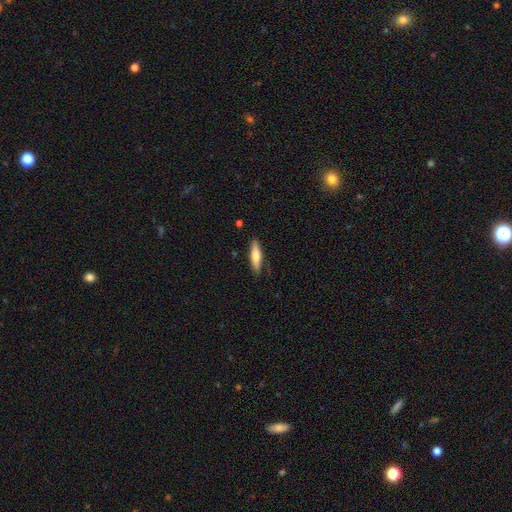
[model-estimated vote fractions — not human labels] Smooth or featured? Predicted: smooth (p=0.67). How rounded? Predicted: cigar-shaped (p=0.69). Merging? Predicted: none (p=0.83).